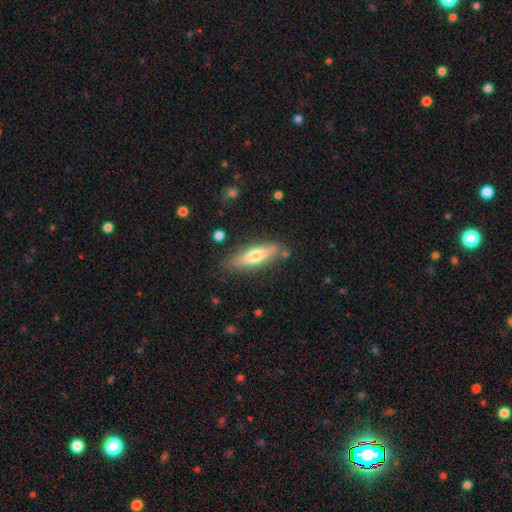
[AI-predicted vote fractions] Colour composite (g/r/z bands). It shows a smooth galaxy with no disk features (59%) that is cigar-shaped (66%). Merging: none (79%).